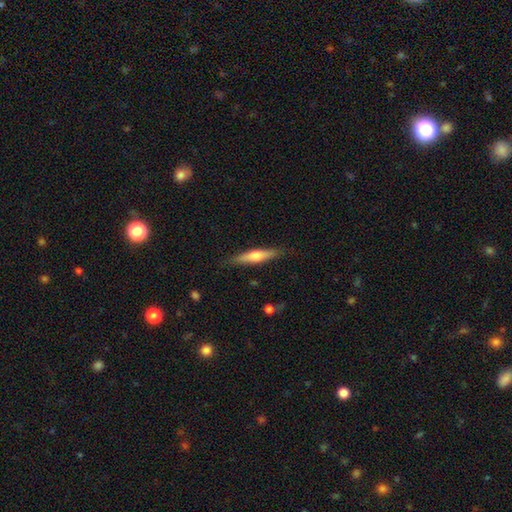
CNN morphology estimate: Smooth or featured? Predicted: smooth (p=0.52). How rounded? Predicted: cigar-shaped (p=0.85). Merging? Predicted: none (p=0.85).